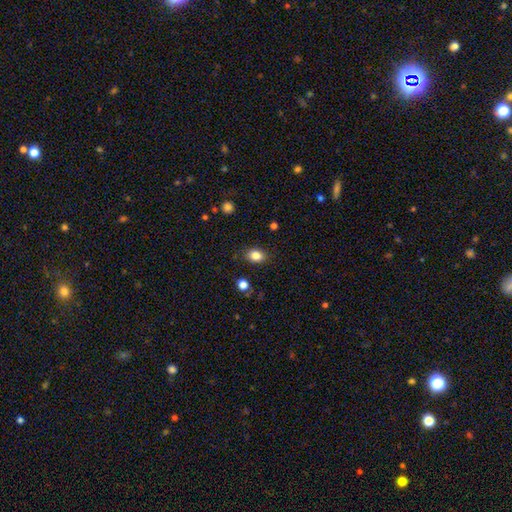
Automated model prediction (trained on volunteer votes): A smooth galaxy with no disk features (84%) that is in between round and cigar-shaped (63%). Merging: none (85%).